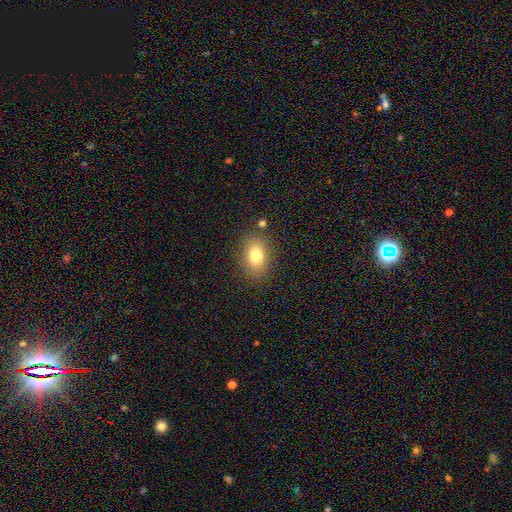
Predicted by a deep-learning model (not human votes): Overall: smooth (78%). How rounded: in between (79%). Merging: none (83%).